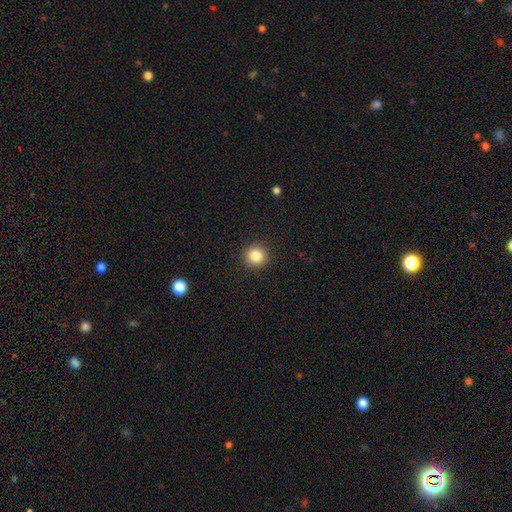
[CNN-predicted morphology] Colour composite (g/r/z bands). It shows a smooth galaxy with no disk features (85%) that is round (94%). Merging: none (92%).